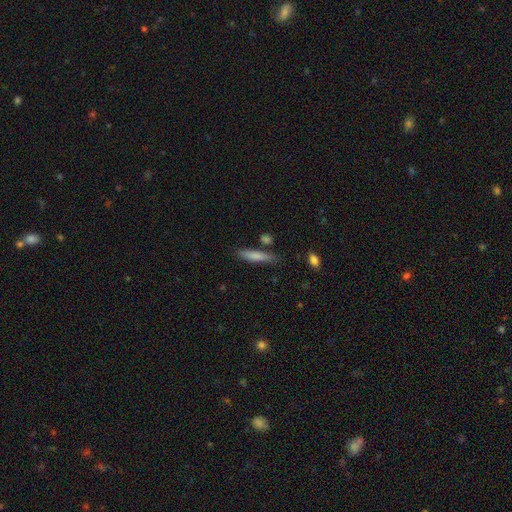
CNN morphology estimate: This appears to be a smooth galaxy with no disk features (77%) that is cigar-shaped (85%). Merging: none (76%).